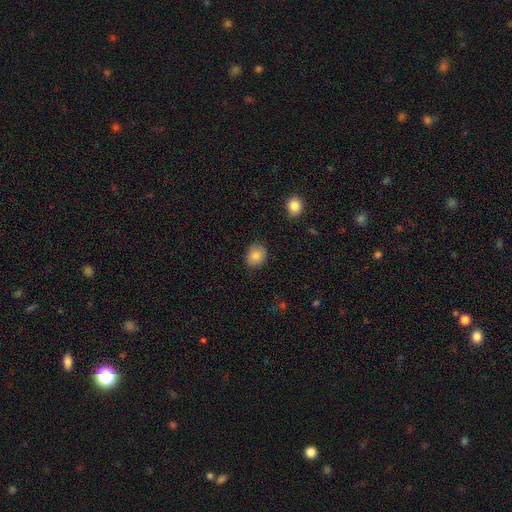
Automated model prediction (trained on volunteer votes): A smooth galaxy with no disk features (84%) that is round (56%). Merging: none (85%).